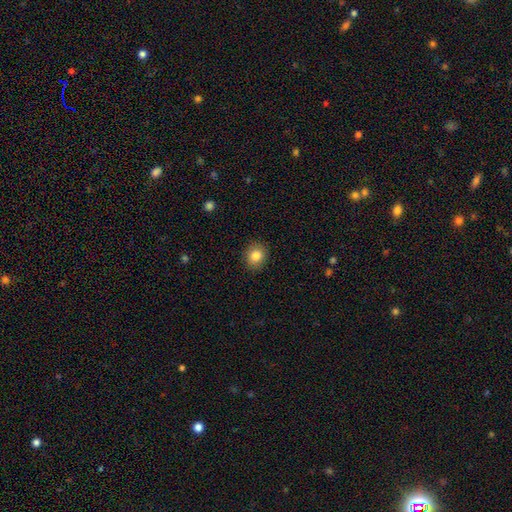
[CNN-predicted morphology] smooth 84%, star or artifact 10%, featured or disk 7%. Down the decision tree: how rounded — round (70%); merging — none (89%).